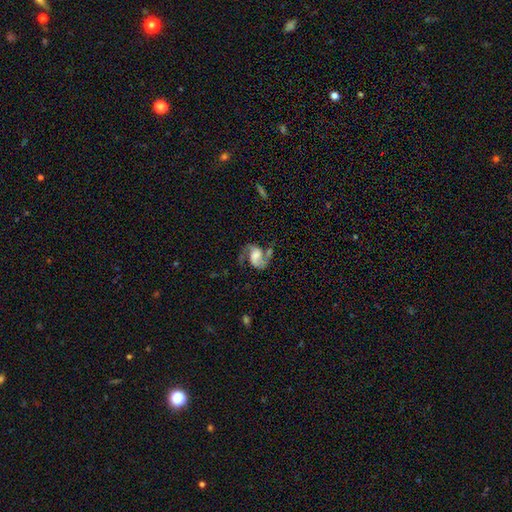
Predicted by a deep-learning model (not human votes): smooth-or-featured: featured or disk: 80% | smooth: 13% | star or artifact: 7%
  disk-edge-on: no: 98% | yes: 2%
    bar: no: 46% | weak: 40% | strong: 14%
    has-spiral-arms: yes: 94% | no: 6%
      spiral-winding: medium: 45% | loose: 44% | tight: 11%
      spiral-arm-count: 2: 88% | 1: 6% | can't tell: 3% | 3: 1% | 4: 1% | more than 4: 1%
    bulge-size: large: 29% (tied) | moderate: 29% (tied) | none: 20% | small: 18% | dominant: 4%
  merging: none: 50% | major disturbance: 21% | minor disturbance: 20% | merger: 8%